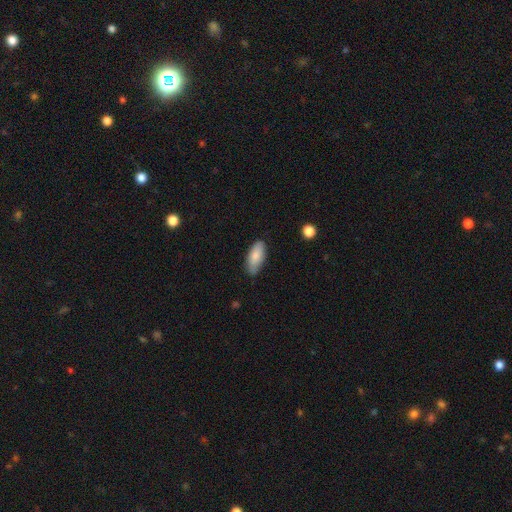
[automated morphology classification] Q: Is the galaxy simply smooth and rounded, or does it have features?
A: smooth — 83%.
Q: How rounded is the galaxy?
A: in between — 85%.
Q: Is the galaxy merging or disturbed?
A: none — 74%.